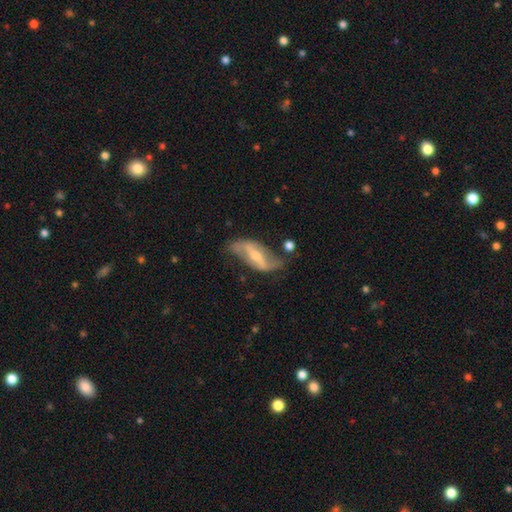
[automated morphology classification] The model was most divided on "bulge size": small: 47%, moderate: 46%, large: 3%, none: 3%, dominant: 1%. More confident: edge-on disk — no (86%); spiral arm count — 2 (86%); spiral arms — yes (80%); smooth or featured — featured or disk (78%); spiral winding — loose (67%); merging — none (59%); bar — strong (59%).